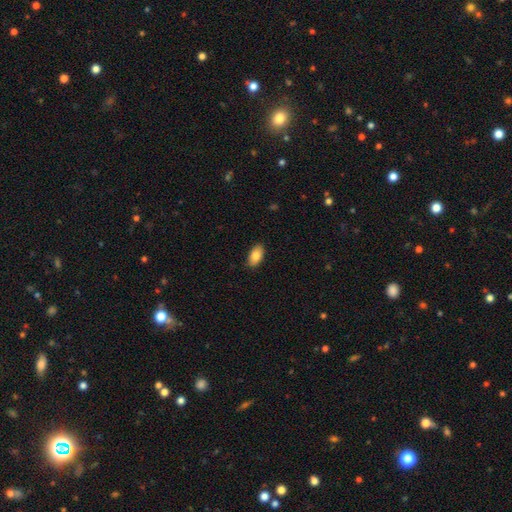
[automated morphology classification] This is clearly a smooth galaxy (86%). How rounded: clearly in between (94%). Merging: clearly none (87%).